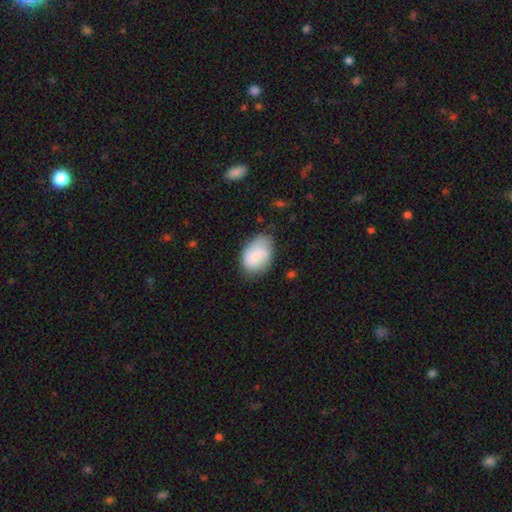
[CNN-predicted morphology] This appears to be a smooth galaxy with no disk features (60%) that is in between round and cigar-shaped (83%). Merging: none (65%).